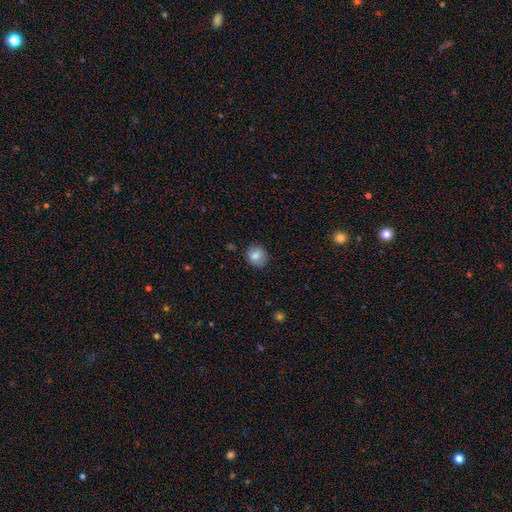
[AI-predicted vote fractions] A smooth galaxy with no disk features (82%) that is round (77%).

Vote fractions:
- Smooth or featured? smooth: 82% / star or artifact: 9% / featured or disk: 9%
- How rounded? round: 77% / in between: 22% / cigar-shaped: 1%
- Merging? none: 81% / minor disturbance: 14% / major disturbance: 3% / merger: 1%